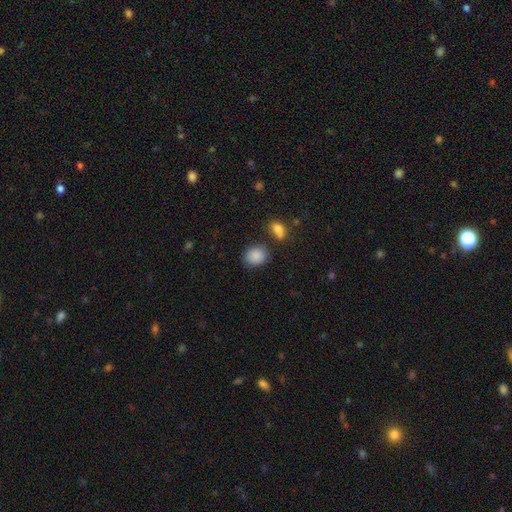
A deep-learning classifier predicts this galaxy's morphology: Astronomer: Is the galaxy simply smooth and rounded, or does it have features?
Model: smooth — 88%.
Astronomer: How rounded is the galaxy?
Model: round — 54% (runner-up: in between, 45%).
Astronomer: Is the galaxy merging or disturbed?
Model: none — 77%.